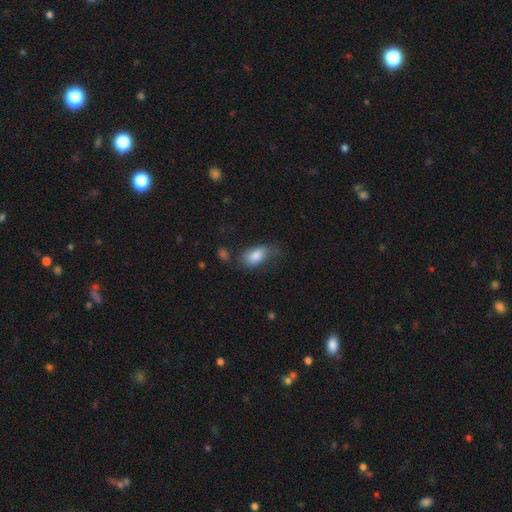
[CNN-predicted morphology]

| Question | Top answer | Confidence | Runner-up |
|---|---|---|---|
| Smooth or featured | smooth | 80% | featured or disk (13%) |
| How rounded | in between | 91% | round (5%) |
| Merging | none | 49% | minor disturbance (30%) |